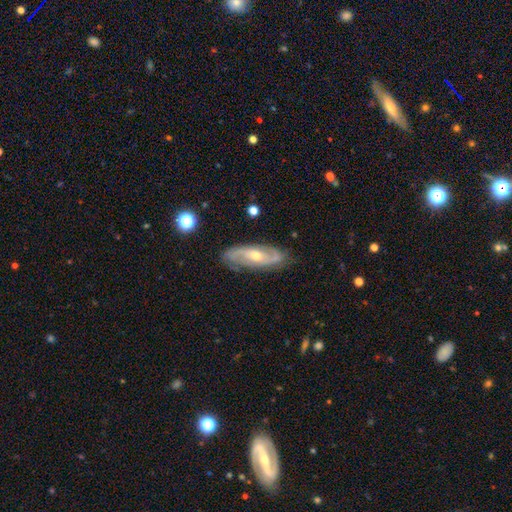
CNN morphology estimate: Smooth or featured? Predicted: featured or disk (p=0.80). Edge-on disk? Predicted: no (p=0.84). Bar? Predicted: no (p=0.50). Spiral arms? Predicted: yes (p=0.92). Spiral winding? Predicted: medium (p=0.43). Spiral arm count? Predicted: 2 (p=0.84). Bulge size? Predicted: moderate (p=0.51). Merging? Predicted: none (p=0.84).